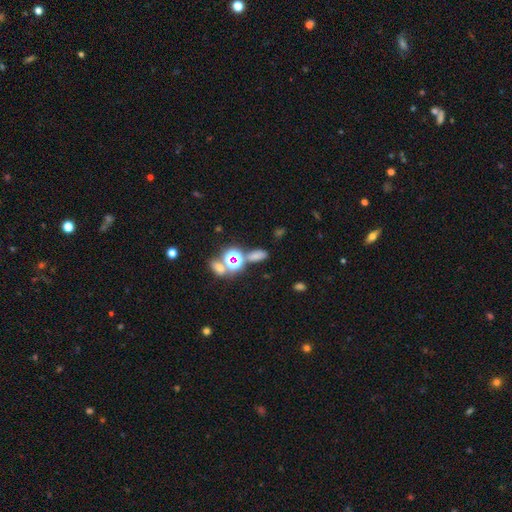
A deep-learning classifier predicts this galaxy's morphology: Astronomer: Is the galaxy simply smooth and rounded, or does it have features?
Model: smooth — 55% (runner-up: star or artifact, 36%).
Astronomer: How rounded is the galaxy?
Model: in between — 76%.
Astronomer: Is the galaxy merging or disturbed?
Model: none — 66%.